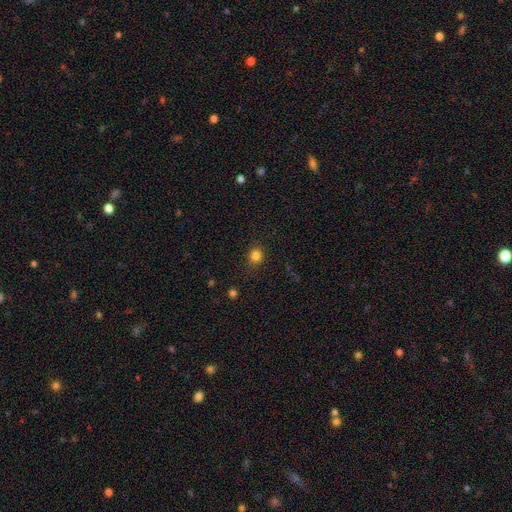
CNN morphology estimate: Smooth or featured? Predicted: smooth (p=0.83). How rounded? Predicted: round (p=0.80). Merging? Predicted: none (p=0.87).